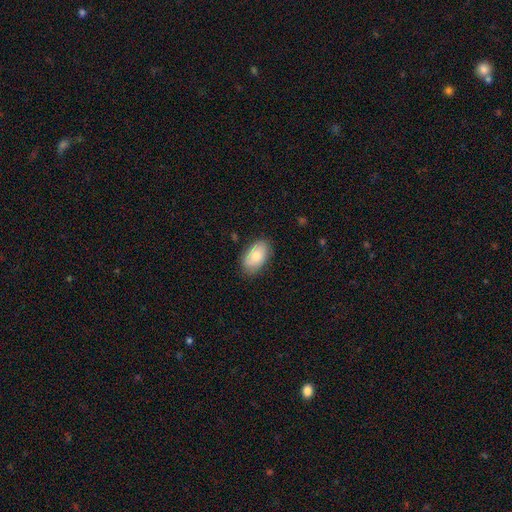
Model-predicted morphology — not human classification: smooth_or_featured: smooth (p=0.76) [alt: featured or disk p=0.17]
how_rounded: in between (p=0.93) [alt: round p=0.06]
merging: none (p=0.82) [alt: minor disturbance p=0.14]